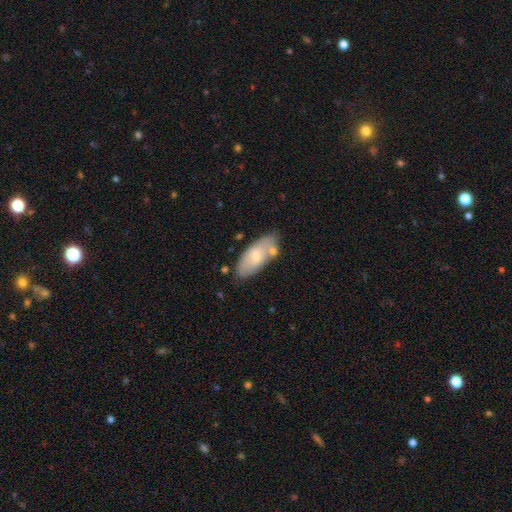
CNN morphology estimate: This appears to be a smooth galaxy with no disk features (60%) that is in between round and cigar-shaped (82%). Merging: none (69%).